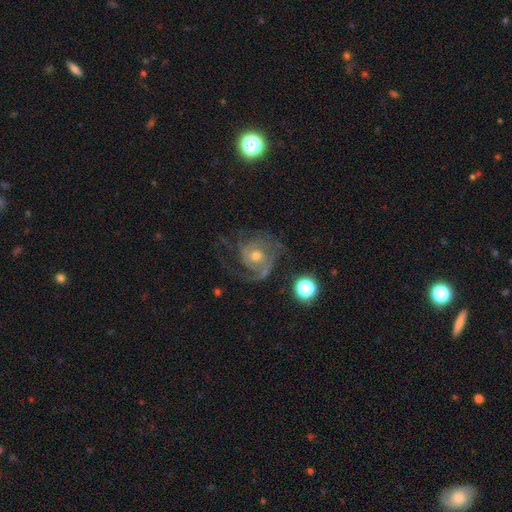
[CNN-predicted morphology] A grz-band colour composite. It shows a featured or disk galaxy (86%) with no bar (68%), 2 (37%) tight (47%) spiral arms (96%) and a moderate central bulge (61%). Merging: none (62%).